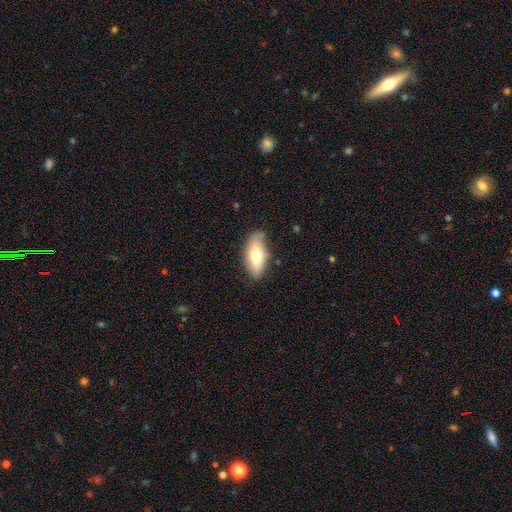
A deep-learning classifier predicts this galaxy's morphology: This appears to be a smooth galaxy with no disk features (70%) that is in between round and cigar-shaped (84%). Merging: none (76%).